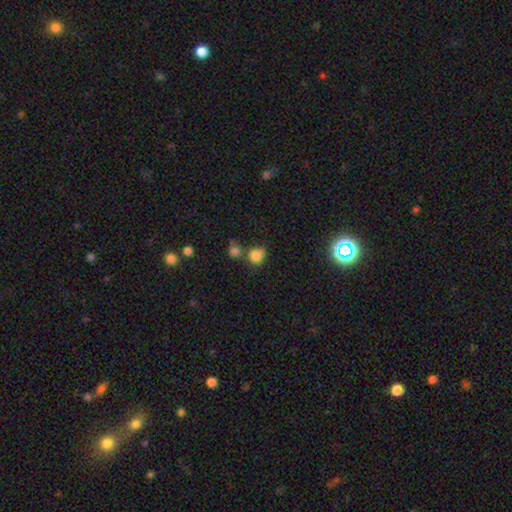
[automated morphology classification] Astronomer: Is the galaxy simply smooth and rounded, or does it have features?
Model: smooth — 81%.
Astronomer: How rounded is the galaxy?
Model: round — 73%.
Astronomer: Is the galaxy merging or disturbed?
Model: none — 50%.